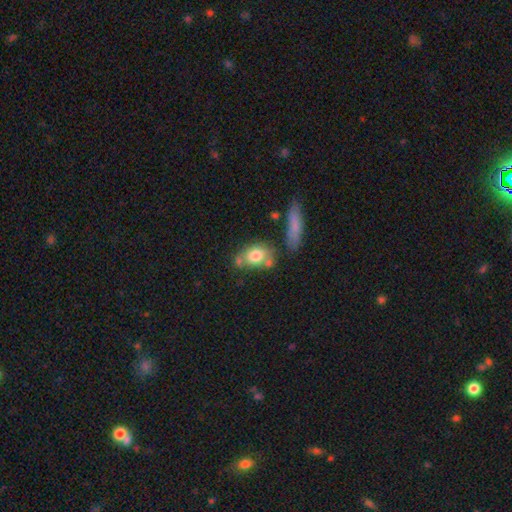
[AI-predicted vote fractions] This is likely a smooth galaxy (76%). How rounded: likely in between (71%). Merging: possibly none (51%).